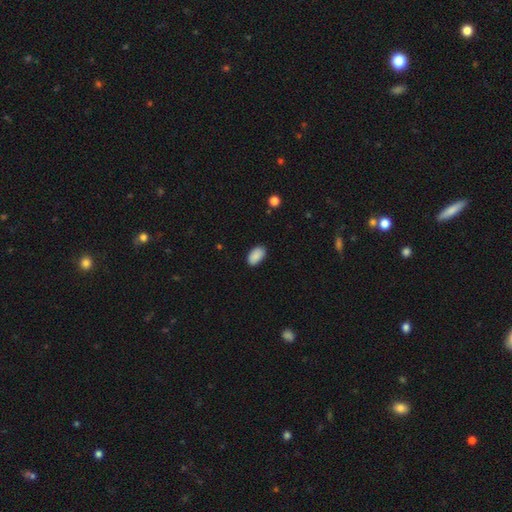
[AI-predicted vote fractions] Smooth or featured: smooth — 90% (star or artifact — 7%)
How rounded: in between — 94% (round — 4%)
Merging: none — 86% (minor disturbance — 11%)